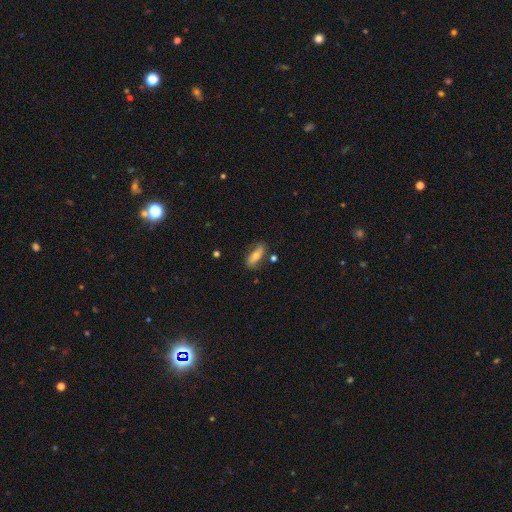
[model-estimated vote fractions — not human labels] Smooth or featured? Predicted: smooth (p=0.62). How rounded? Predicted: in between (p=0.65). Merging? Predicted: none (p=0.74).